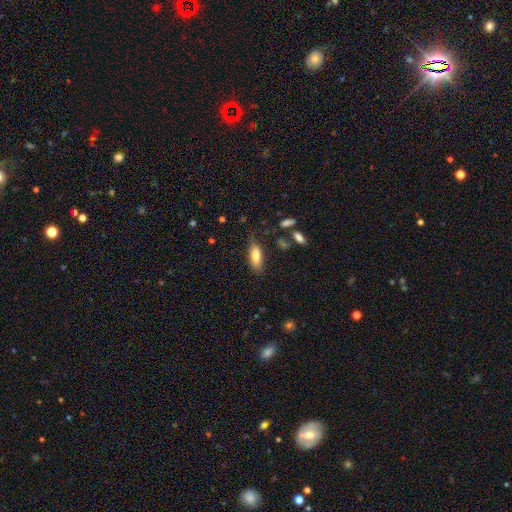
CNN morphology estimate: Smooth or featured? smooth (76%)
How rounded? in between (67%)
Merging? none (67%)